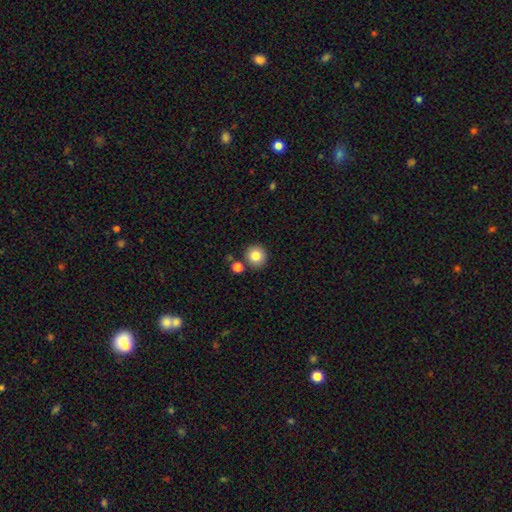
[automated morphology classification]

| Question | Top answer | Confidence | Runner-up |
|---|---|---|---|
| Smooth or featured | smooth | 83% | star or artifact (10%) |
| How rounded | round | 92% | in between (7%) |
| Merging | none | 83% | merger (8%) |